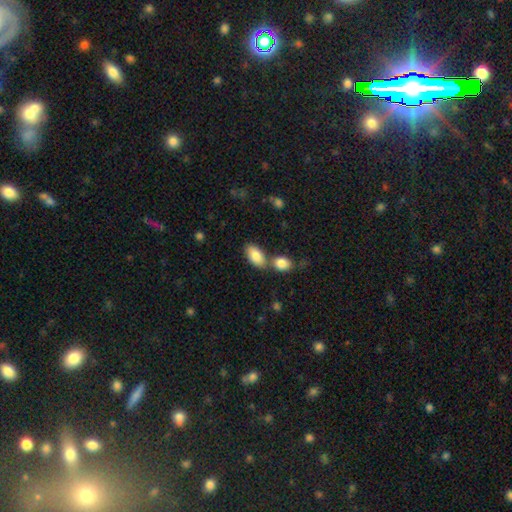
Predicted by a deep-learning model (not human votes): This appears to be a smooth galaxy with no disk features (84%) that is in between round and cigar-shaped (93%). Merging: none (55%).